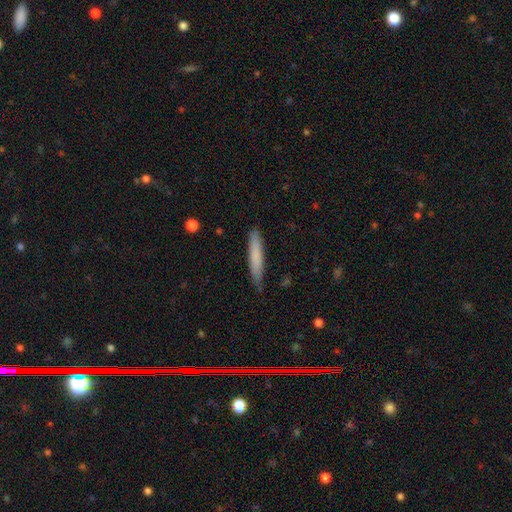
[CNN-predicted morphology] Smooth or featured? Predicted: smooth (p=0.76). How rounded? Predicted: cigar-shaped (p=0.93). Merging? Predicted: none (p=0.81).